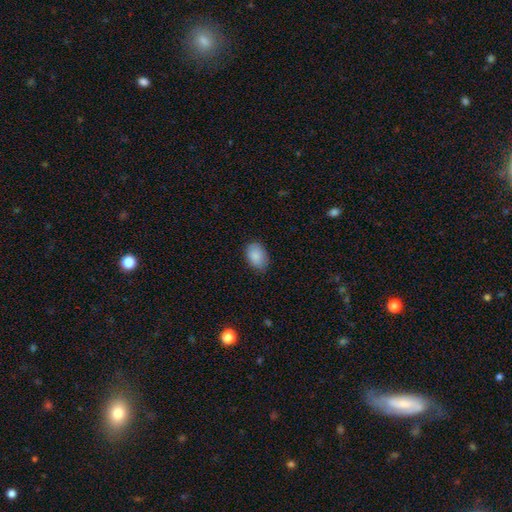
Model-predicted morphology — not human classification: smooth_or_featured: smooth (p=0.88) [alt: star or artifact p=0.07]
how_rounded: in between (p=0.84) [alt: round p=0.15]
merging: none (p=0.74) [alt: minor disturbance p=0.21]